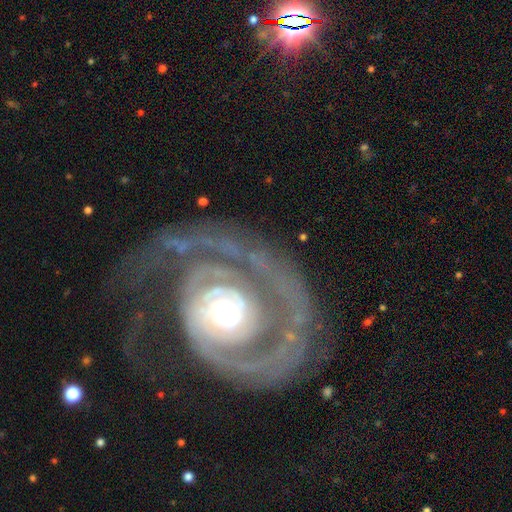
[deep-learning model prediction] Smooth or featured?
  - featured or disk: 90% *
  - smooth: 5%
  - star or artifact: 5%
Edge-on disk?
  - no: 98% *
  - yes: 2%
Bar?
  - no: 74% *
  - weak: 18%
  - strong: 8%
Spiral arms?
  - yes: 95% *
  - no: 5%
Spiral winding?
  - tight: 65% *
  - medium: 28%
  - loose: 8%
Spiral arm count?
  - 2: 38% *
  - 1: 37%
  - can't tell: 10%
  - 3: 7%
  - 4: 4%
  - more than 4: 4%
Bulge size?
  - moderate: 60% *
  - small: 22%
  - large: 15%
  - dominant: 2%
  - none: 1%
Merging?
  - none: 55% *
  - major disturbance: 25%
  - minor disturbance: 18%
  - merger: 3%